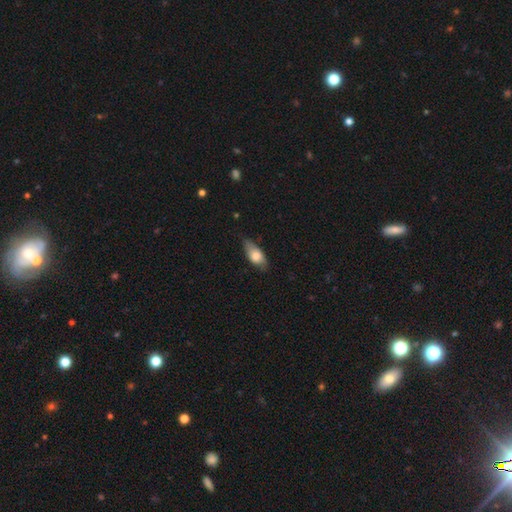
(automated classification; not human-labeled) smooth 70%, featured or disk 23%, star or artifact 6%. Down the decision tree: how rounded — in between (83%); merging — none (68%).